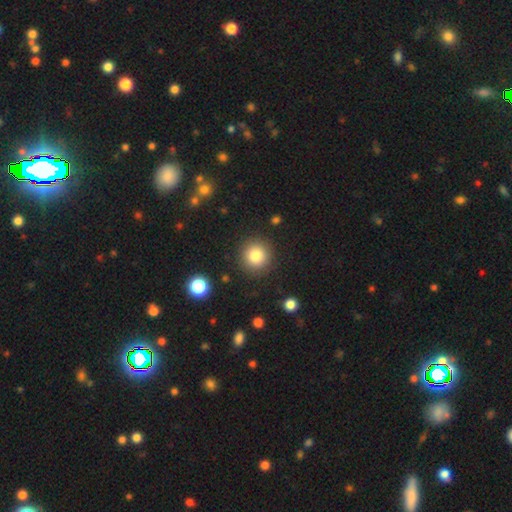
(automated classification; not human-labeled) Smooth or featured? Predicted: smooth (p=0.82). How rounded? Predicted: round (p=0.94). Merging? Predicted: none (p=0.88).